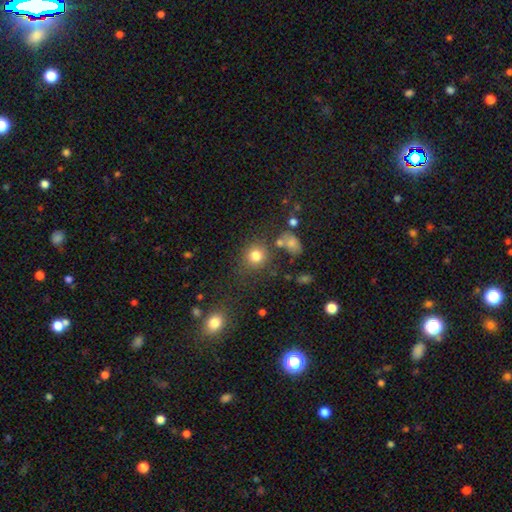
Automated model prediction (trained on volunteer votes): A smooth galaxy with no disk features (79%) that is round (84%).

Vote fractions:
- Smooth or featured? smooth: 79% / star or artifact: 14% / featured or disk: 7%
- How rounded? round: 84% / in between: 15% / cigar-shaped: 1%
- Merging? none: 73% / minor disturbance: 12% / merger: 9% / major disturbance: 6%